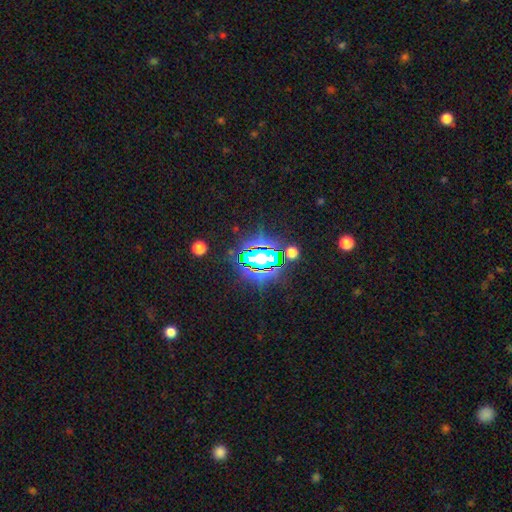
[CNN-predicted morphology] Smooth or featured? star or artifact (68%)